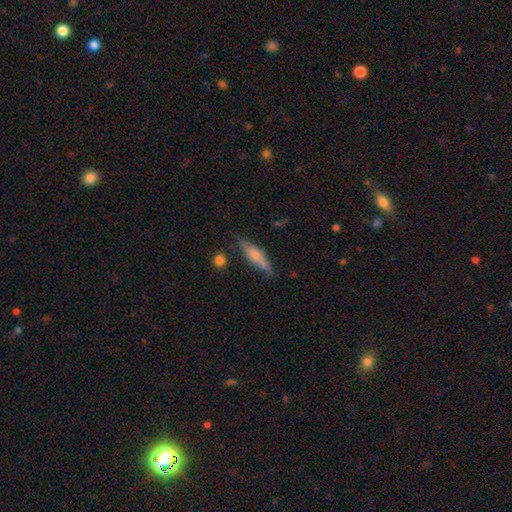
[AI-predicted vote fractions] Smooth or featured?
  - smooth: 59% *
  - featured or disk: 34%
  - star or artifact: 7%
How rounded?
  - cigar-shaped: 73% *
  - in between: 25%
  - round: 2%
Merging?
  - none: 73% *
  - minor disturbance: 19%
  - major disturbance: 4%
  - merger: 4%